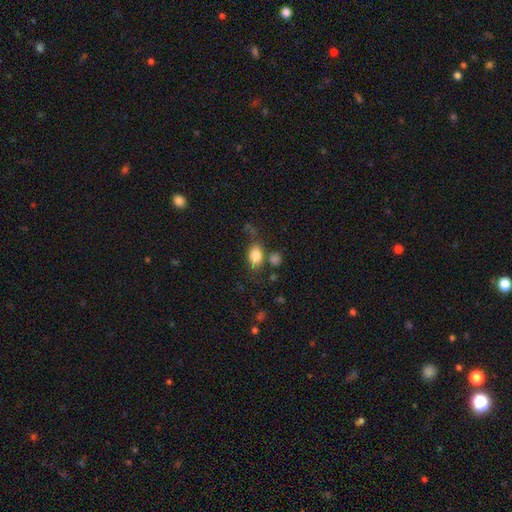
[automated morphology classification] A smooth galaxy with no disk features (82%) that is in between round and cigar-shaped (77%).

Vote fractions:
- Smooth or featured? smooth: 82% / featured or disk: 9% / star or artifact: 9%
- How rounded? in between: 77% / round: 21% / cigar-shaped: 2%
- Merging? none: 65% / minor disturbance: 18% / merger: 10% / major disturbance: 7%